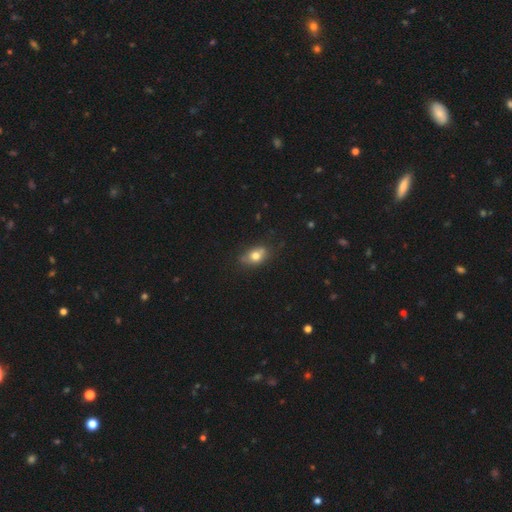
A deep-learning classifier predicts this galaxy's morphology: Overall: smooth (73%). How rounded: in between (79%). Merging: none (67%).